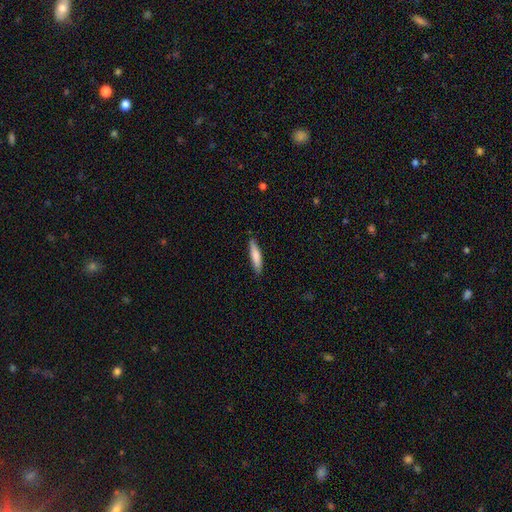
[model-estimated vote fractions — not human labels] smooth_or_featured: smooth (p=0.77) [alt: featured or disk p=0.18]
how_rounded: cigar-shaped (p=0.82) [alt: in between p=0.17]
merging: none (p=0.85) [alt: minor disturbance p=0.12]